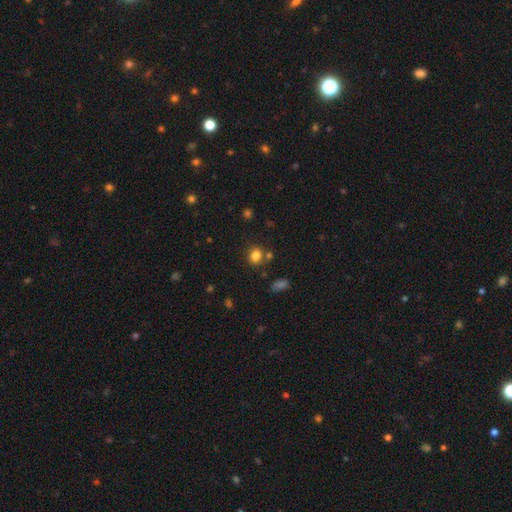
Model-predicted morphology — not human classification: smooth 82%, star or artifact 12%, featured or disk 6%. Down the decision tree: how rounded — round (61%); merging — none (76%).